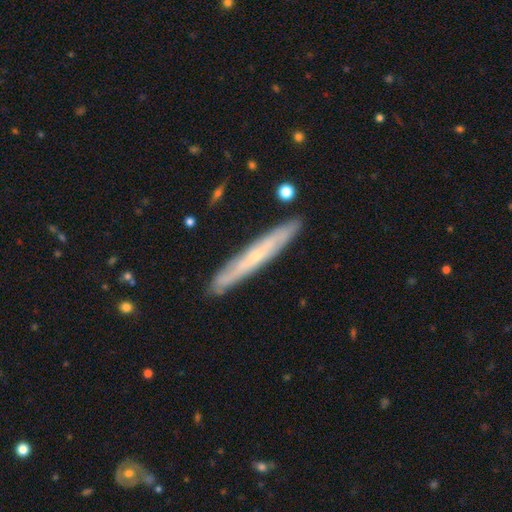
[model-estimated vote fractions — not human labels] Smooth or featured: featured or disk — 61% (smooth — 33%)
Edge-on disk: yes — 83% (no — 17%)
Edge-on bulge: rounded — 49% (tied with none — 49%)
Merging: none — 88% (minor disturbance — 9%)